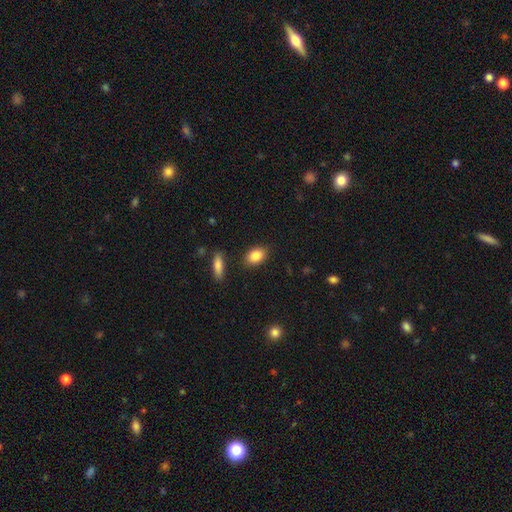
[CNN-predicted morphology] smooth_or_featured: smooth (p=0.85) [alt: star or artifact p=0.08]
how_rounded: in between (p=0.81) [alt: round p=0.17]
merging: none (p=0.84) [alt: minor disturbance p=0.11]